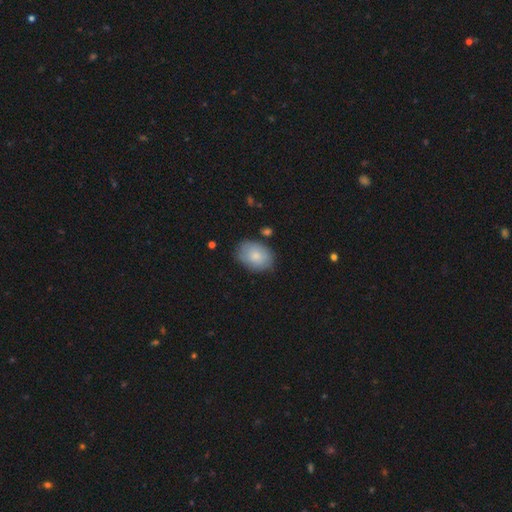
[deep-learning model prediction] A smooth galaxy with no disk features (81%) that is in between round and cigar-shaped (76%).

Vote fractions:
- Smooth or featured? smooth: 81% / featured or disk: 13% / star or artifact: 6%
- How rounded? in between: 76% / round: 23% / cigar-shaped: 1%
- Merging? none: 77% / minor disturbance: 17% / major disturbance: 4% / merger: 3%